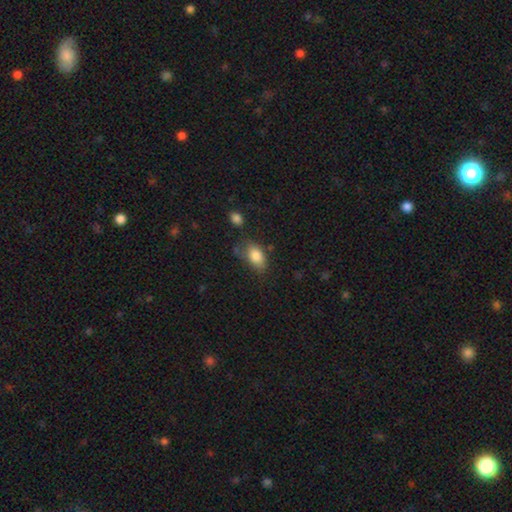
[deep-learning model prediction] A smooth galaxy with no disk features (84%) that is in between round and cigar-shaped (89%).

Vote fractions:
- Smooth or featured? smooth: 84% / featured or disk: 8% / star or artifact: 8%
- How rounded? in between: 89% / round: 8% / cigar-shaped: 3%
- Merging? none: 59% / minor disturbance: 27% / major disturbance: 9% / merger: 6%